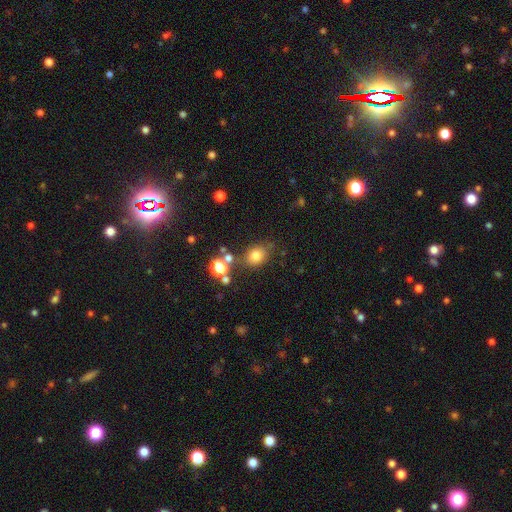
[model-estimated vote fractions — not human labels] Q: Smooth or featured?
A: smooth (77%); runner-up: star or artifact (15%)
Q: How rounded?
A: round (56%); runner-up: in between (43%)
Q: Merging?
A: none (71%); runner-up: minor disturbance (15%)